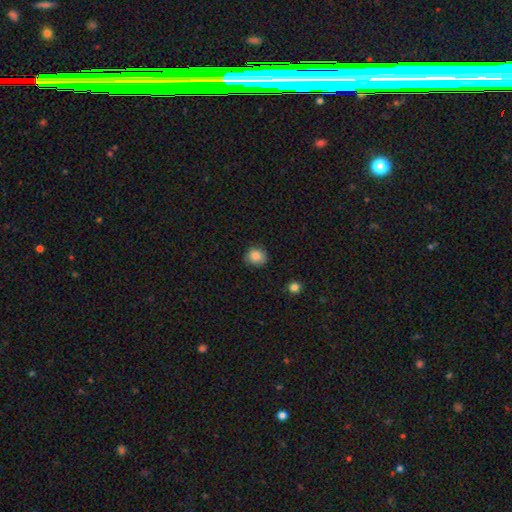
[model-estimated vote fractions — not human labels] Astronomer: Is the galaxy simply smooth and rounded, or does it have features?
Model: smooth — 84%.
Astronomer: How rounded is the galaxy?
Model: round — 82%.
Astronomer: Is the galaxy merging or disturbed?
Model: none — 79%.